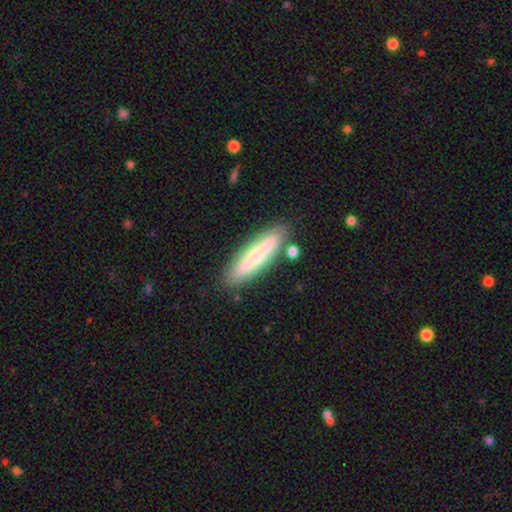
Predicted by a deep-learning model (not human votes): This appears to be a smooth galaxy with no disk features (60%) that is cigar-shaped (83%). Merging: none (84%).